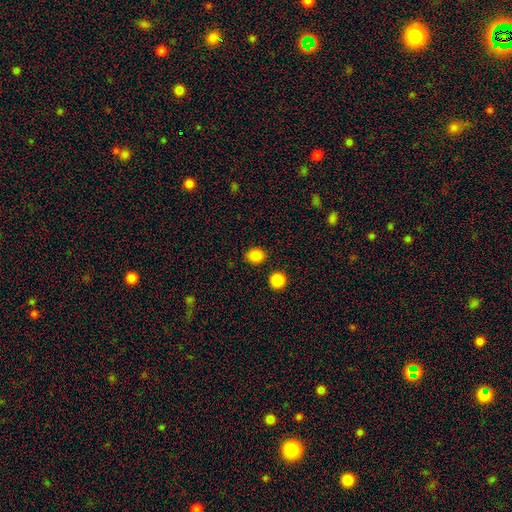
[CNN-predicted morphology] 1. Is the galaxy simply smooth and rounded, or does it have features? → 86% smooth, 10% star or artifact, 4% featured or disk.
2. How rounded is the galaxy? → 70% round, 29% in between, 1% cigar-shaped.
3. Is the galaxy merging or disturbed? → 88% none, 7% minor disturbance, 3% merger, 2% major disturbance.